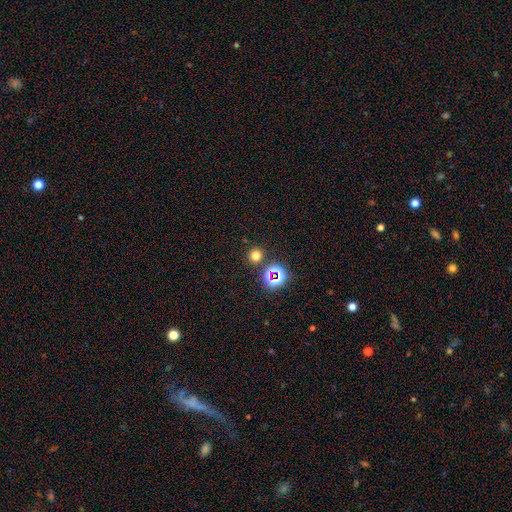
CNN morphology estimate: The model was most divided on "smooth or featured": smooth: 71%, star or artifact: 24%, featured or disk: 6%. More confident: how rounded — round (91%); merging — none (85%).